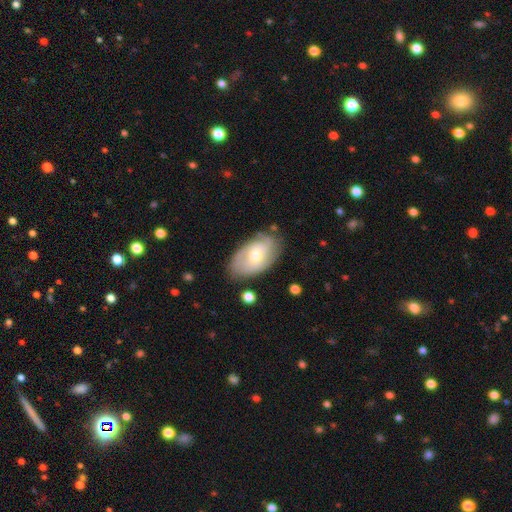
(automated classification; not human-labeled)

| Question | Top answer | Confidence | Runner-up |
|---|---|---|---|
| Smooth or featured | featured or disk | 56% | smooth (38%) |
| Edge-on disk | no | 92% | yes (8%) |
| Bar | no | 72% | weak (23%) |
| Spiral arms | yes | 73% | no (27%) |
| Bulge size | moderate | 57% | small (37%) |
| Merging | none | 72% | minor disturbance (20%) |